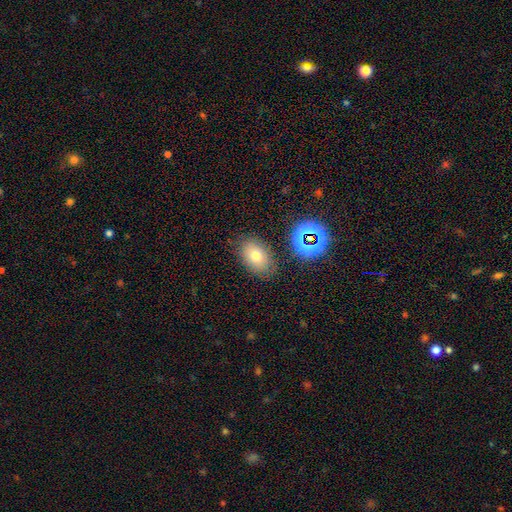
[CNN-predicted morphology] A smooth galaxy with no disk features (71%) that is in between round and cigar-shaped (84%).

Vote fractions:
- Smooth or featured? smooth: 71% / star or artifact: 15% / featured or disk: 13%
- How rounded? in between: 84% / round: 15% / cigar-shaped: 1%
- Merging? none: 81% / minor disturbance: 12% / major disturbance: 4% / merger: 3%